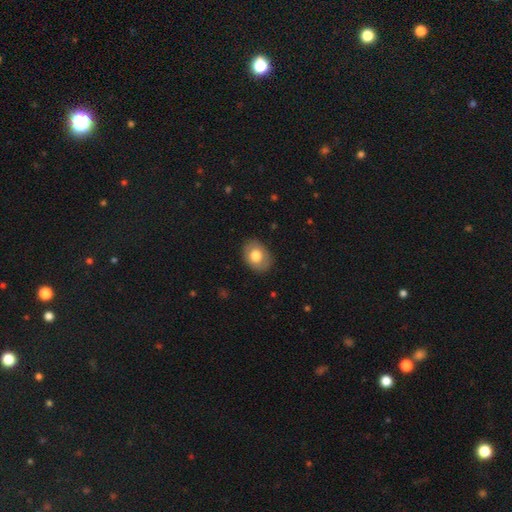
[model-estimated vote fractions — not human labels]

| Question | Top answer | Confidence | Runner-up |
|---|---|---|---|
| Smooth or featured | smooth | 75% | featured or disk (18%) |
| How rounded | in between | 69% | round (30%) |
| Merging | none | 85% | minor disturbance (11%) |